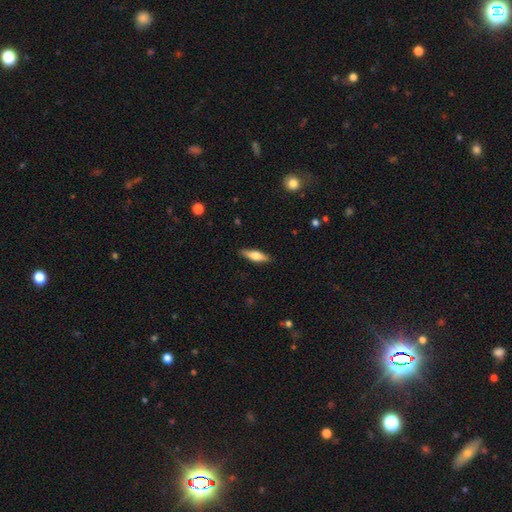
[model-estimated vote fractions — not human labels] This is likely a smooth galaxy (63%). How rounded: possibly cigar-shaped (55%). Merging: clearly none (88%).